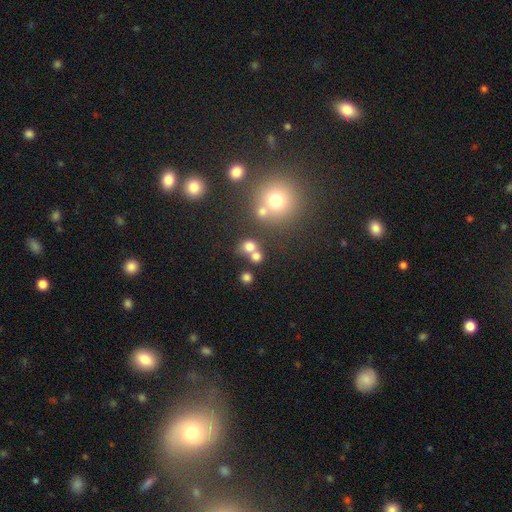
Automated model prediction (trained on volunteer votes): Smooth or featured?
  - smooth: 71% *
  - star or artifact: 18%
  - featured or disk: 11%
How rounded?
  - round: 80% *
  - in between: 19%
  - cigar-shaped: 1%
Merging?
  - none: 49% *
  - merger: 38%
  - minor disturbance: 8%
  - major disturbance: 5%